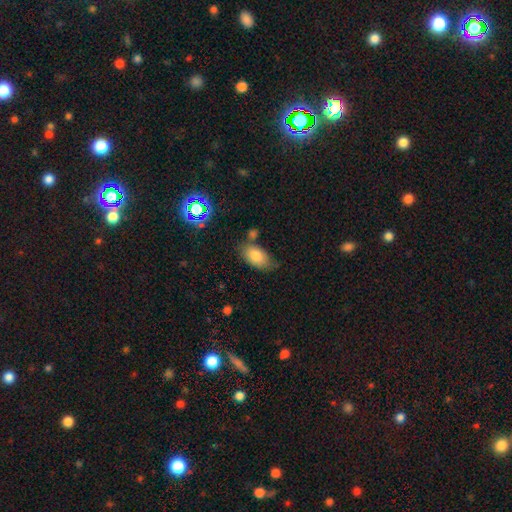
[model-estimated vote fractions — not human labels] This appears to be a smooth galaxy with no disk features (80%) that is in between round and cigar-shaped (92%). Merging: none (61%).